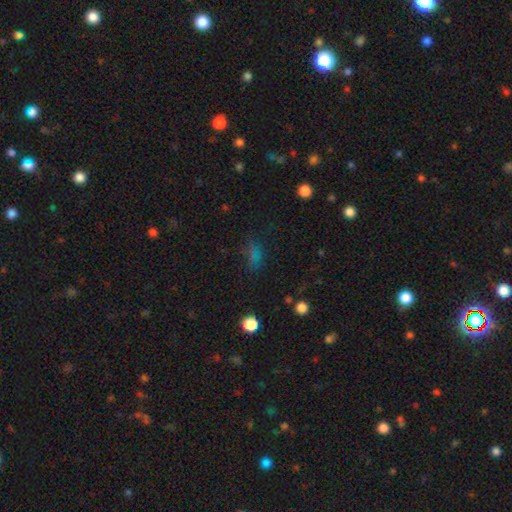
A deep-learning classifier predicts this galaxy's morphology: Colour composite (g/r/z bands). It shows a smooth galaxy with no disk features (60%) that is in between round and cigar-shaped (74%). Merging: none (66%).